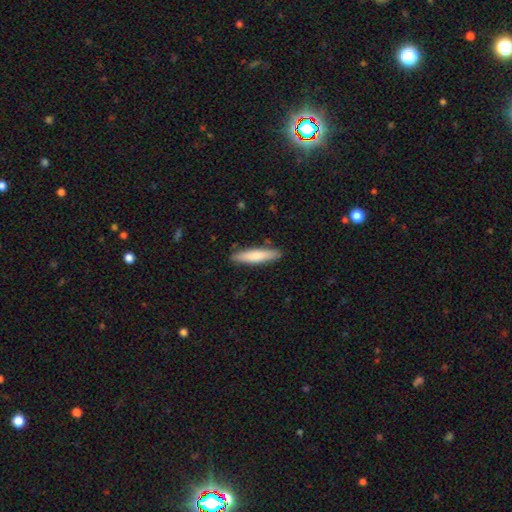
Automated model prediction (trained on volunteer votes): Q: Smooth or featured?
A: smooth (74%); runner-up: featured or disk (21%)
Q: How rounded?
A: cigar-shaped (84%); runner-up: in between (15%)
Q: Merging?
A: none (88%); runner-up: minor disturbance (9%)